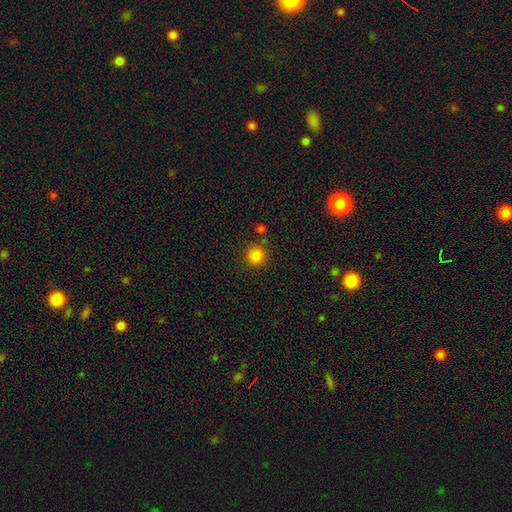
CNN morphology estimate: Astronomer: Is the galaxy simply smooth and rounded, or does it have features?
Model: smooth — 84%.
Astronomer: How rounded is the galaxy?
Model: round — 95%.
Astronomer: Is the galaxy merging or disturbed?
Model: none — 85%.